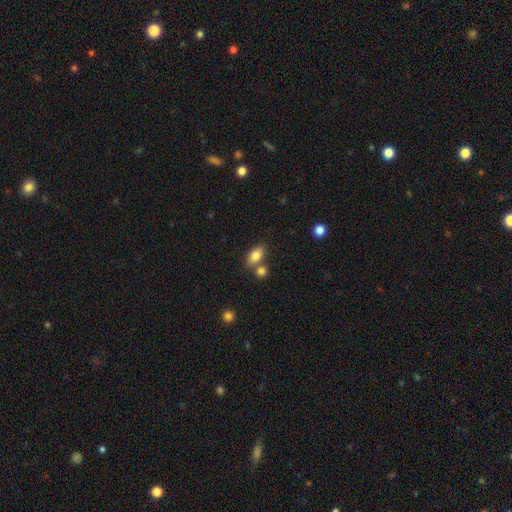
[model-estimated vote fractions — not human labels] This appears to be a smooth galaxy with no disk features (82%) that is in between round and cigar-shaped (87%). Merging: none (59%).